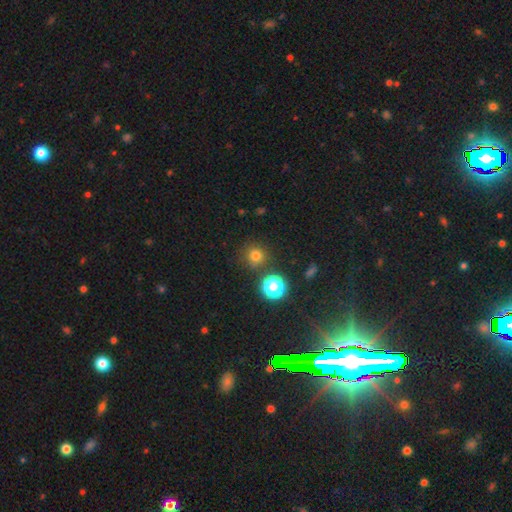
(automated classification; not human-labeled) smooth_or_featured: smooth (p=0.72) [alt: star or artifact p=0.21]
how_rounded: round (p=0.93) [alt: in between p=0.06]
merging: none (p=0.82) [alt: minor disturbance p=0.09]